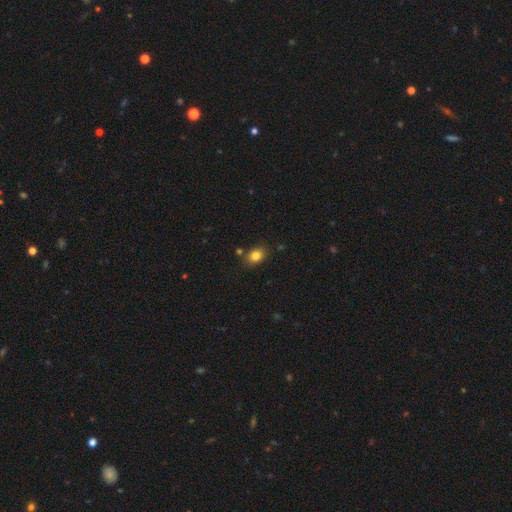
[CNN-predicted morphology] Q: Smooth or featured?
A: smooth (82%); runner-up: star or artifact (11%)
Q: How rounded?
A: in between (58%); runner-up: round (41%)
Q: Merging?
A: none (81%); runner-up: minor disturbance (12%)